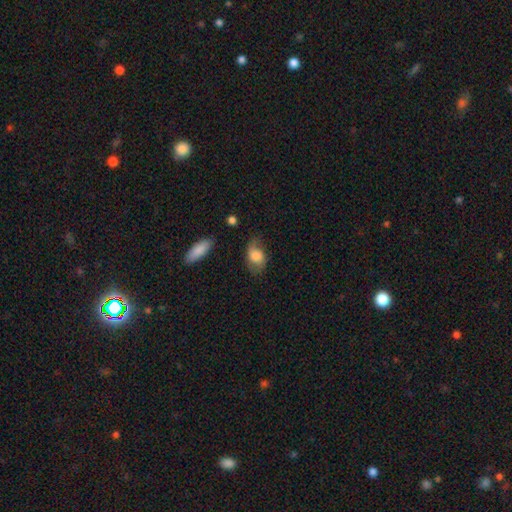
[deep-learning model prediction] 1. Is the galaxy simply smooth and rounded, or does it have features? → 71% smooth, 22% featured or disk, 8% star or artifact.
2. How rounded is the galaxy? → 84% in between, 14% round, 2% cigar-shaped.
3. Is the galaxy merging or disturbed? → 58% none, 29% minor disturbance, 11% major disturbance, 3% merger.